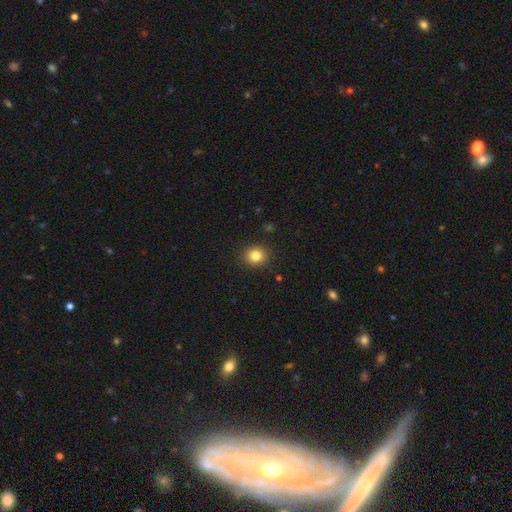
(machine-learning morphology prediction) The model was most divided on "how rounded": round: 78%, in between: 21%, cigar-shaped: 1%. More confident: merging — none (90%); smooth or featured — smooth (83%).